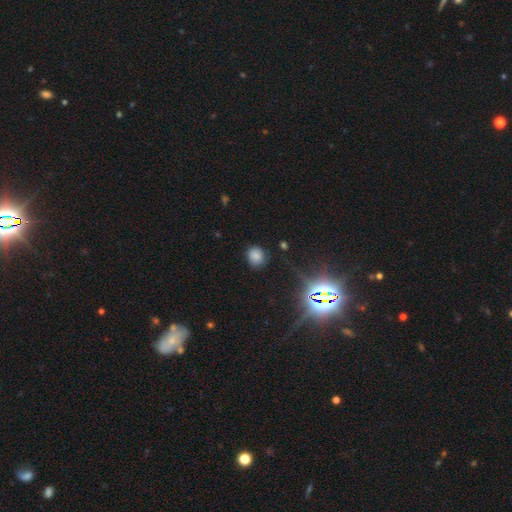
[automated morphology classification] The model was most divided on "how rounded": round: 77%, in between: 22%, cigar-shaped: 1%. More confident: merging — none (81%); smooth or featured — smooth (74%).